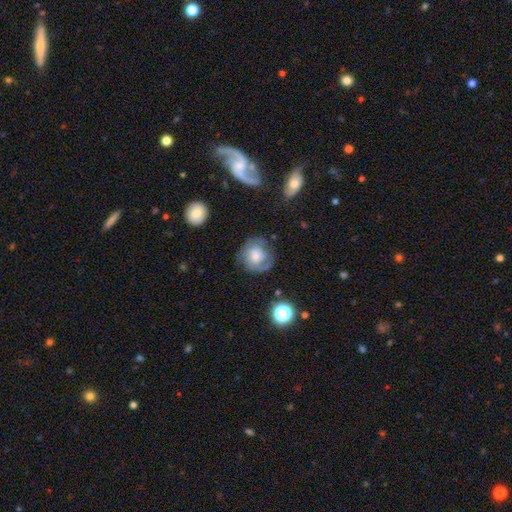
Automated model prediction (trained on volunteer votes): Smooth or featured: featured or disk — 47% (smooth — 44%)
Merging: none — 63% (minor disturbance — 21%)